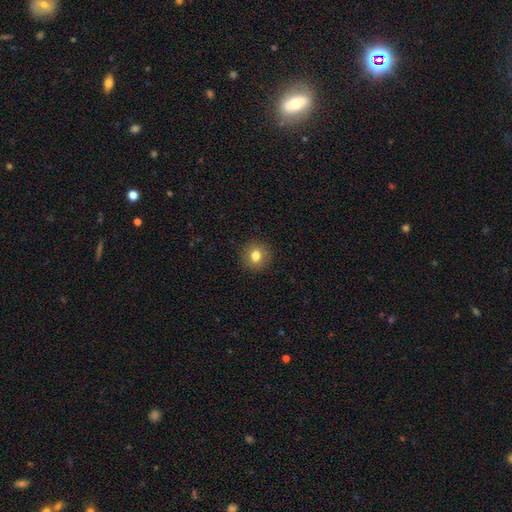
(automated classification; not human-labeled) A smooth galaxy with no disk features (79%) that is round (86%).

Vote fractions:
- Smooth or featured? smooth: 79% / star or artifact: 10% / featured or disk: 10%
- How rounded? round: 86% / in between: 13% / cigar-shaped: 1%
- Merging? none: 90% / minor disturbance: 7% / major disturbance: 2% / merger: 1%